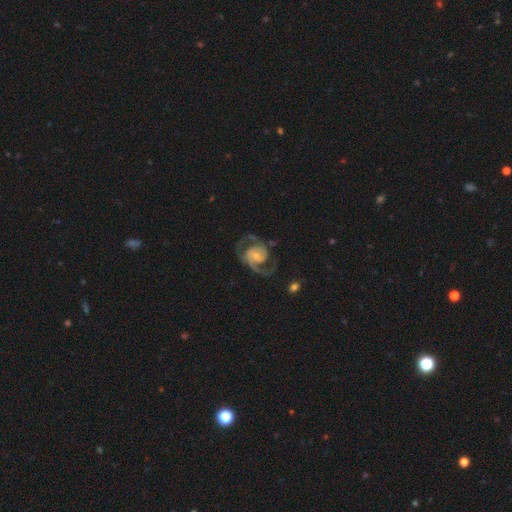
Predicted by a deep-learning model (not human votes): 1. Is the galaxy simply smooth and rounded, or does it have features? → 88% featured or disk, 7% smooth, 5% star or artifact.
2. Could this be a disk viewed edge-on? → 98% no, 2% yes.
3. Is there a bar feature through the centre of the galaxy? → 64% no, 27% weak, 8% strong.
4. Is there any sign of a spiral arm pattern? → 96% yes, 4% no.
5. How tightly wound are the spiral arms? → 55% medium, 25% tight, 20% loose.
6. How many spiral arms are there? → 85% 2, 5% 3, 4% can't tell, 3% 1, 2% 4, 1% more than 4.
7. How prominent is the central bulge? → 59% small, 32% moderate, 4% large, 3% none, 1% dominant.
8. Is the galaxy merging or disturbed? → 66% none, 16% minor disturbance, 16% major disturbance, 2% merger.